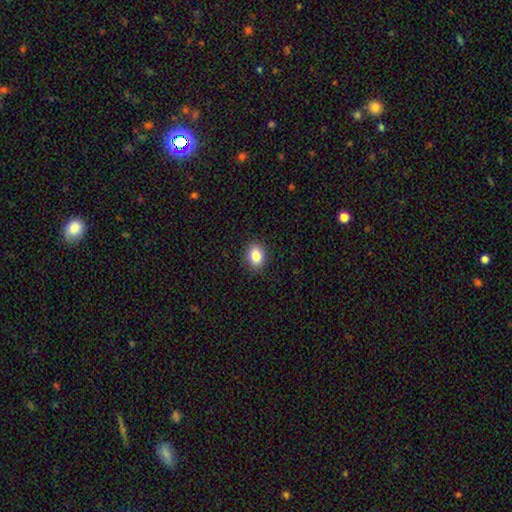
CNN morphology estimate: smooth 84%, star or artifact 10%, featured or disk 6%. Down the decision tree: how rounded — in between (63%); merging — none (90%).